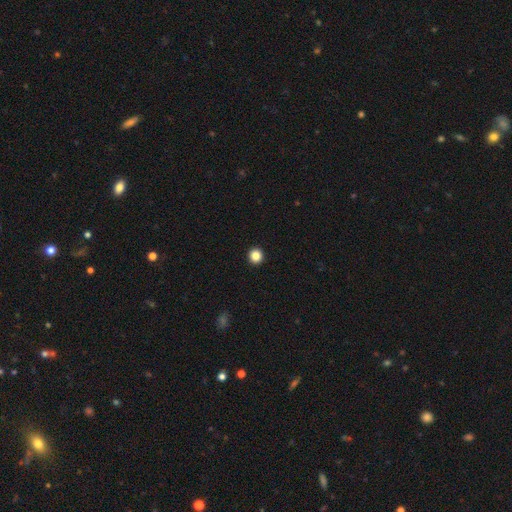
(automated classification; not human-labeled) A smooth galaxy with no disk features (86%) that is round (95%).

Vote fractions:
- Smooth or featured? smooth: 86% / star or artifact: 11% / featured or disk: 4%
- How rounded? round: 95% / in between: 4% / cigar-shaped: 1%
- Merging? none: 94% / minor disturbance: 3% / major disturbance: 1% / merger: 1%